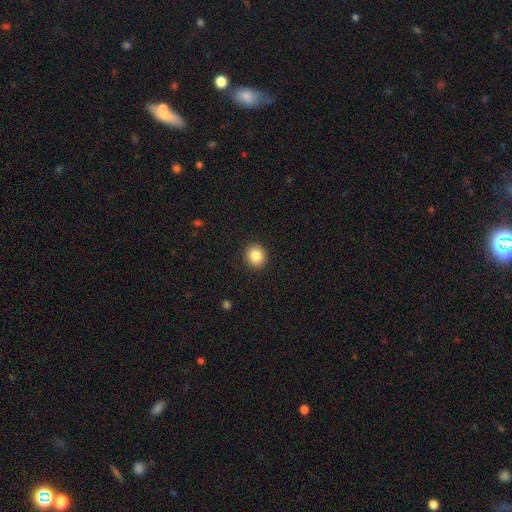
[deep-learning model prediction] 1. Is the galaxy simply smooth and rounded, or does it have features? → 85% smooth, 9% star or artifact, 6% featured or disk.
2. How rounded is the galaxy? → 81% round, 18% in between, 1% cigar-shaped.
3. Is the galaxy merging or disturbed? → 92% none, 5% minor disturbance, 2% major disturbance, 1% merger.